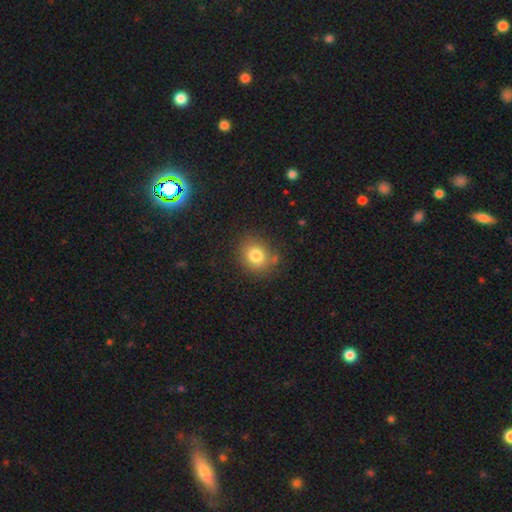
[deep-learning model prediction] smooth_or_featured: smooth (p=0.80) [alt: star or artifact p=0.12]
how_rounded: round (p=0.69) [alt: in between p=0.31]
merging: none (p=0.78) [alt: minor disturbance p=0.14]